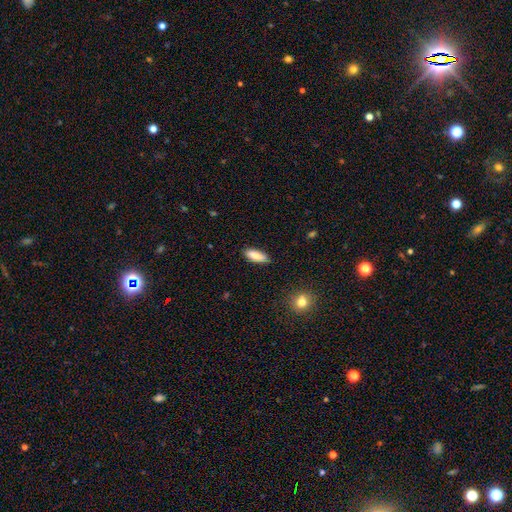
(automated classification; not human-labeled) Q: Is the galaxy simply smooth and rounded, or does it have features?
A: smooth — 81%.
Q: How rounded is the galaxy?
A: in between — 69%.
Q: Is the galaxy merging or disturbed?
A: none — 86%.